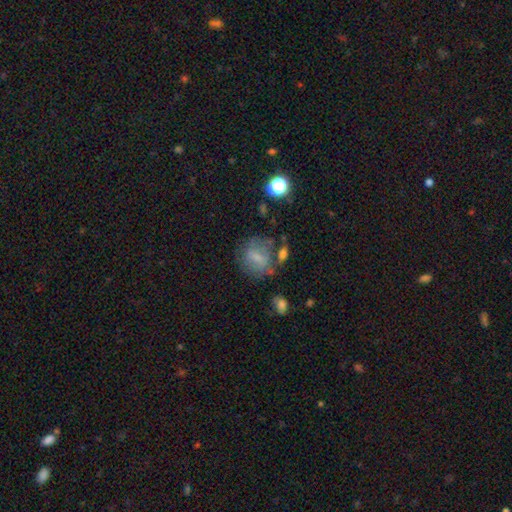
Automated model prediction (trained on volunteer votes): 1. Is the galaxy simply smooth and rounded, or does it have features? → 58% smooth, 29% featured or disk, 13% star or artifact.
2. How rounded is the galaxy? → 59% round, 38% in between, 2% cigar-shaped.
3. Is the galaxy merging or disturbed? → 53% none, 22% minor disturbance, 16% major disturbance, 10% merger.